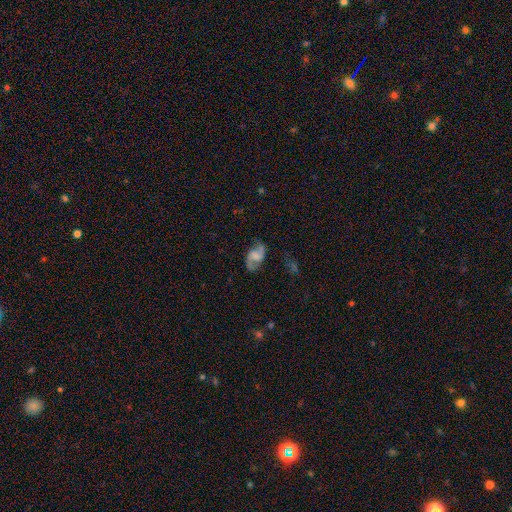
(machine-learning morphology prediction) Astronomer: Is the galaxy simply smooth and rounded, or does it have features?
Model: featured or disk — 77%.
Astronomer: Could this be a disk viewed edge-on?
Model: no — 97%.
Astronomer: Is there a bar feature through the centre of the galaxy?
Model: weak — 46% (runner-up: no, 37%).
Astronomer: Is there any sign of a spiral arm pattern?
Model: yes — 94%.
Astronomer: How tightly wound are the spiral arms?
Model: loose — 53% (runner-up: medium, 38%).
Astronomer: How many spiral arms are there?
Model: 2 — 91%.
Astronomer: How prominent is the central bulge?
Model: none — 47%.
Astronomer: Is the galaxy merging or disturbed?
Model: none — 72%.